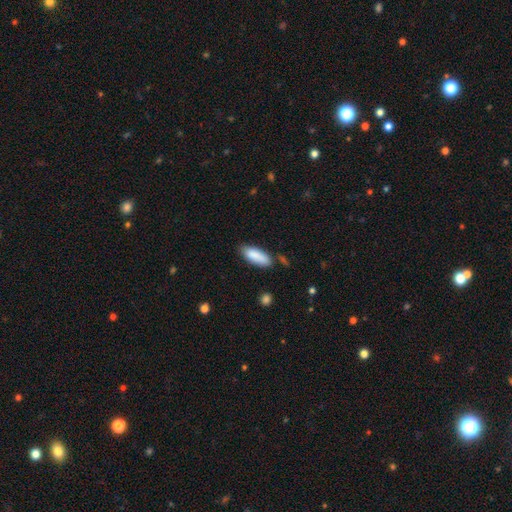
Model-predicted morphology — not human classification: type=smooth (88%); roundness=in between (71%); merging=none (74%).